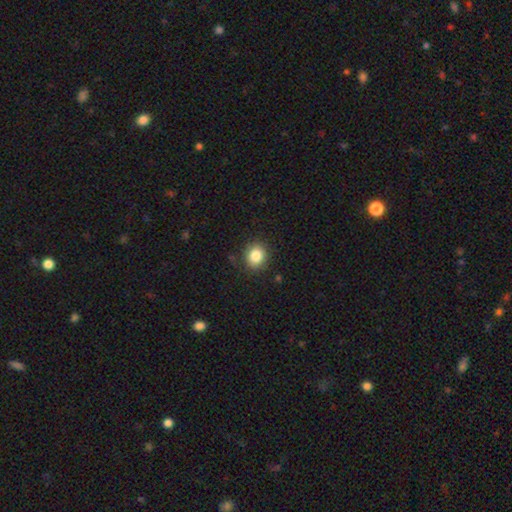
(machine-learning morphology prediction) A smooth galaxy with no disk features (84%) that is round (74%).

Vote fractions:
- Smooth or featured? smooth: 84% / star or artifact: 10% / featured or disk: 6%
- How rounded? round: 74% / in between: 26% / cigar-shaped: 1%
- Merging? none: 87% / minor disturbance: 9% / major disturbance: 3% / merger: 1%